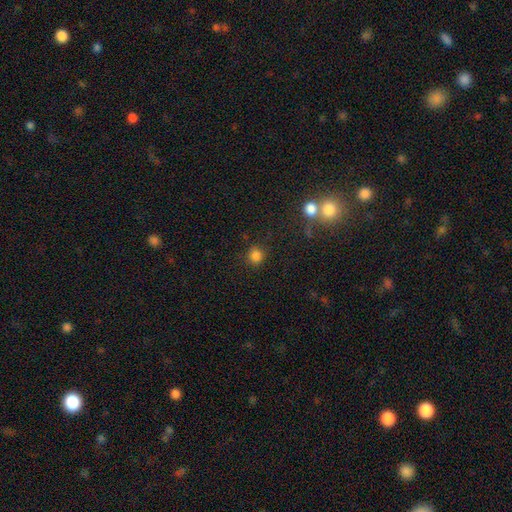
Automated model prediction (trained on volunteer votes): A smooth galaxy with no disk features (82%) that is round (87%). Merging: none (84%).